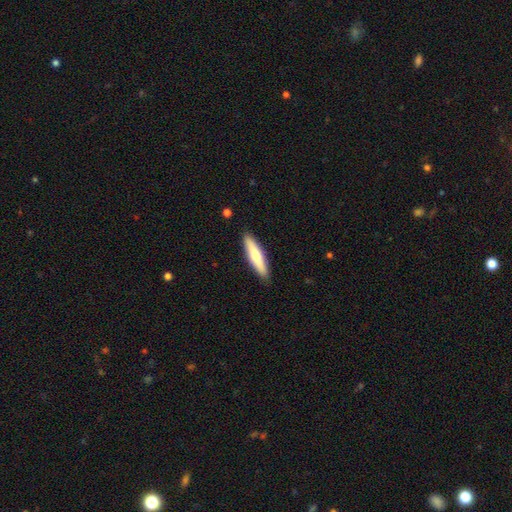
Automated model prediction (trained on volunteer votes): Overall: smooth (67%; featured or disk 28%). How rounded: cigar-shaped (83%). Merging: none (90%).